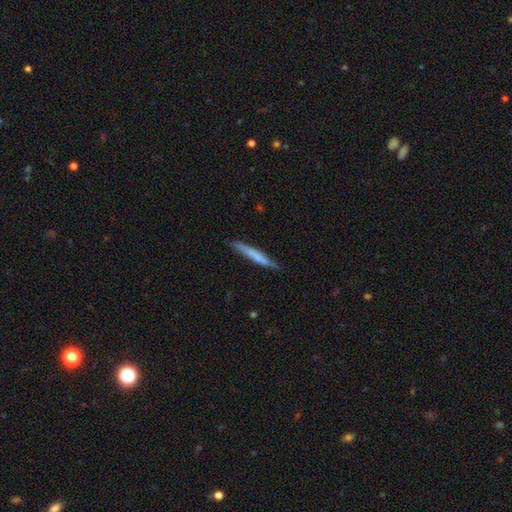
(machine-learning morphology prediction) Overall: smooth (58%; featured or disk 36%). How rounded: cigar-shaped (96%). Merging: none (83%).